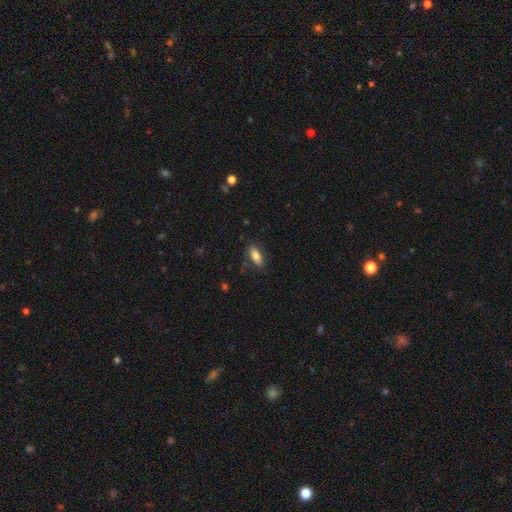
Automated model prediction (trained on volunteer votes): smooth_or_featured: smooth (p=0.78) [alt: featured or disk p=0.15]
how_rounded: in between (p=0.78) [alt: cigar-shaped p=0.19]
merging: none (p=0.80) [alt: minor disturbance p=0.14]